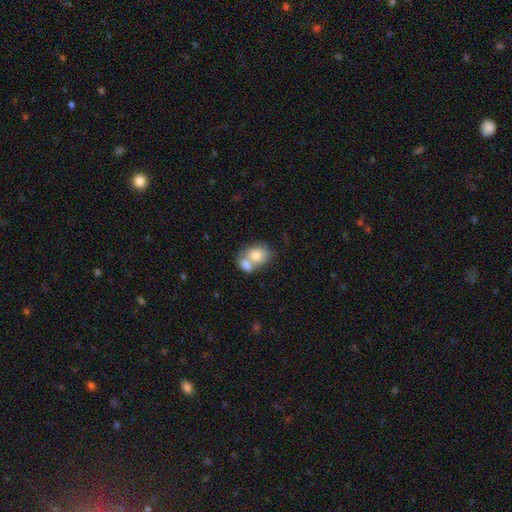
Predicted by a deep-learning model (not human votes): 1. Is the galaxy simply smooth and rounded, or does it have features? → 78% smooth, 15% featured or disk, 7% star or artifact.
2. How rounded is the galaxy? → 58% in between, 40% round, 1% cigar-shaped.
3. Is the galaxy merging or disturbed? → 64% merger, 24% none, 8% minor disturbance, 4% major disturbance.